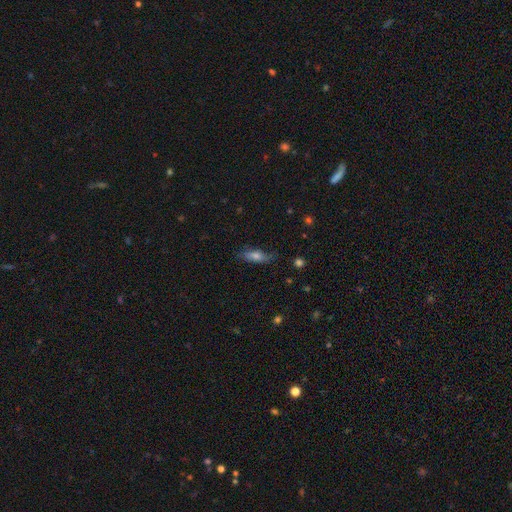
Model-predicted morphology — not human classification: Smooth or featured?
  - smooth: 59% *
  - featured or disk: 31%
  - star or artifact: 11%
How rounded?
  - in between: 53% *
  - cigar-shaped: 43%
  - round: 4%
Merging?
  - none: 70% *
  - minor disturbance: 22%
  - major disturbance: 6%
  - merger: 2%